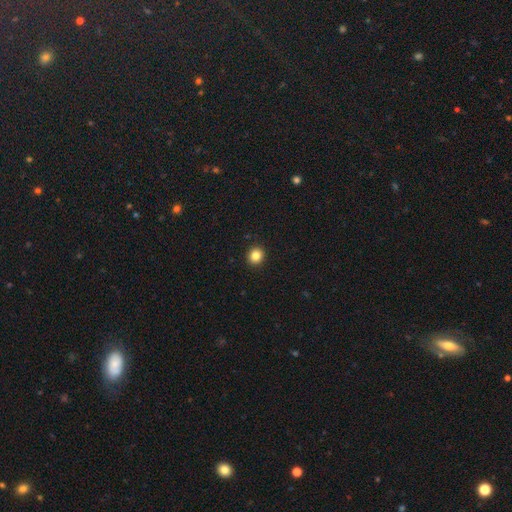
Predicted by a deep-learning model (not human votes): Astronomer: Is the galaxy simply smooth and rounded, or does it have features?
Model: smooth — 85%.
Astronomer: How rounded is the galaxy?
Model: round — 88%.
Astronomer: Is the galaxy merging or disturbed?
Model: none — 93%.